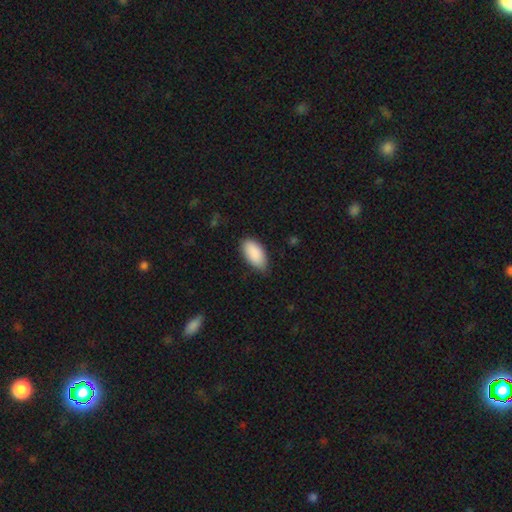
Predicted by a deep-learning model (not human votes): This is clearly a smooth galaxy (90%). How rounded: clearly in between (95%). Merging: likely none (76%).